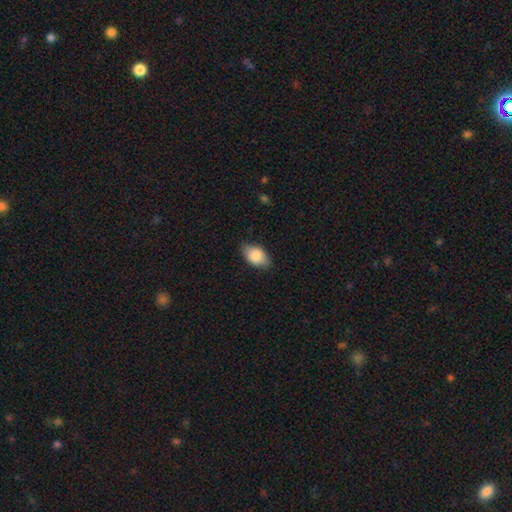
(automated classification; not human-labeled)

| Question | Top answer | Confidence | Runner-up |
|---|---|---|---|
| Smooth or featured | smooth | 84% | featured or disk (10%) |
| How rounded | in between | 89% | round (9%) |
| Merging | none | 78% | minor disturbance (17%) |